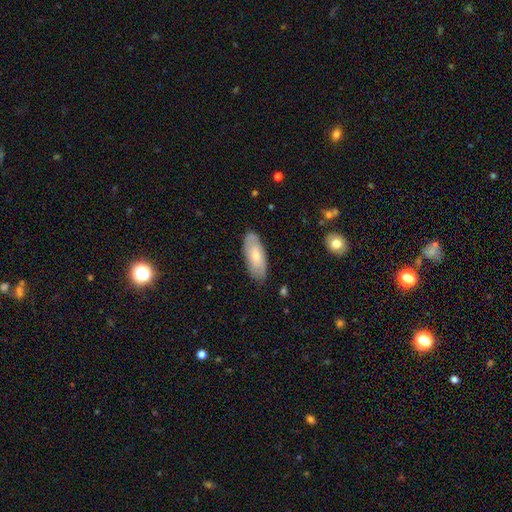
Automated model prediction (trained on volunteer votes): smooth_or_featured: smooth (p=0.61) [alt: featured or disk p=0.33]
how_rounded: in between (p=0.81) [alt: cigar-shaped p=0.17]
merging: none (p=0.82) [alt: minor disturbance p=0.14]